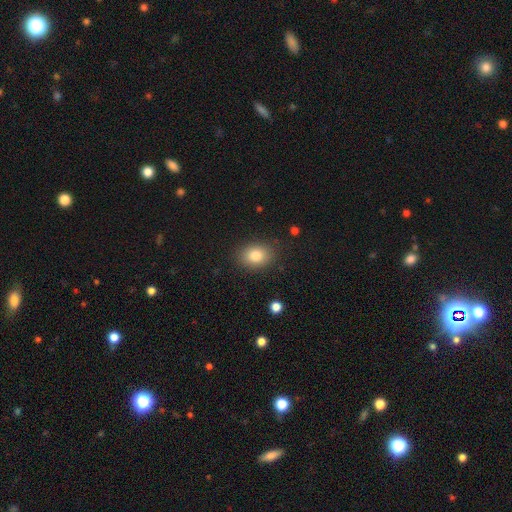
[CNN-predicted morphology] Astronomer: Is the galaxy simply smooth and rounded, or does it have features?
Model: smooth — 80%.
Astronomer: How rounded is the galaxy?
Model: in between — 60% (runner-up: round, 39%).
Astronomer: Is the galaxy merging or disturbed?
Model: none — 87%.